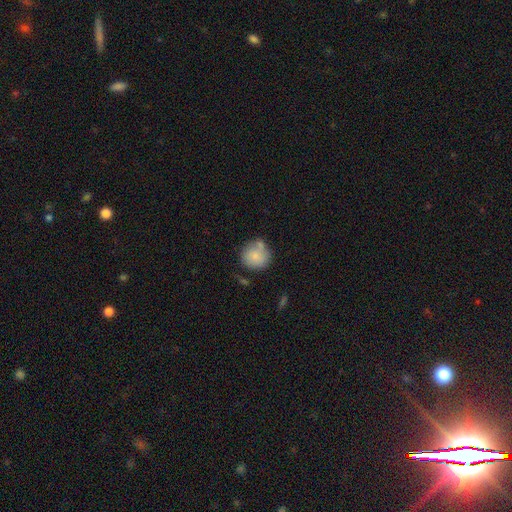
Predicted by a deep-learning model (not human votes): Smooth or featured: smooth — 80% (featured or disk — 12%)
How rounded: round — 89% (in between — 10%)
Merging: none — 59% (minor disturbance — 19%)